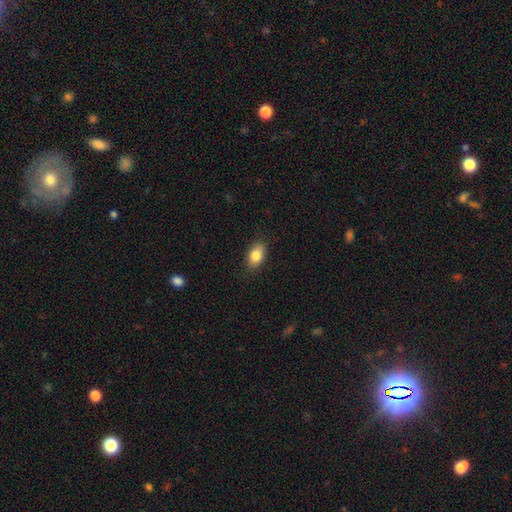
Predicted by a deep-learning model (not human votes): A smooth galaxy with no disk features (84%) that is in between round and cigar-shaped (90%). Merging: none (87%).